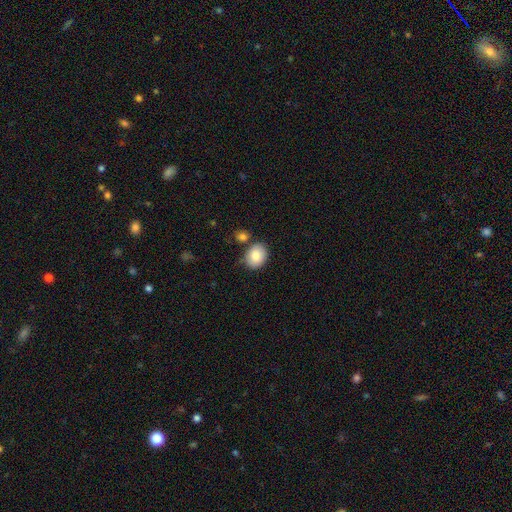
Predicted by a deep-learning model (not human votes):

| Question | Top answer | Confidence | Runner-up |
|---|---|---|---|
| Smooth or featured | smooth | 84% | featured or disk (9%) |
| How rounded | in between | 53% | round (46%) |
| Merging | none | 72% | minor disturbance (14%) |